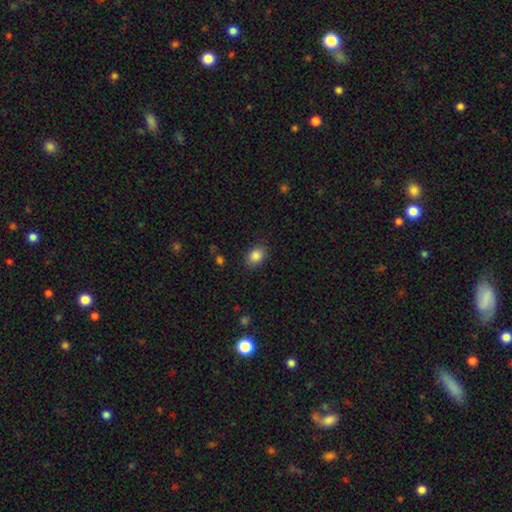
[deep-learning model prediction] Morphology: type=smooth (87%); roundness=in between (68%); merging=none (86%).